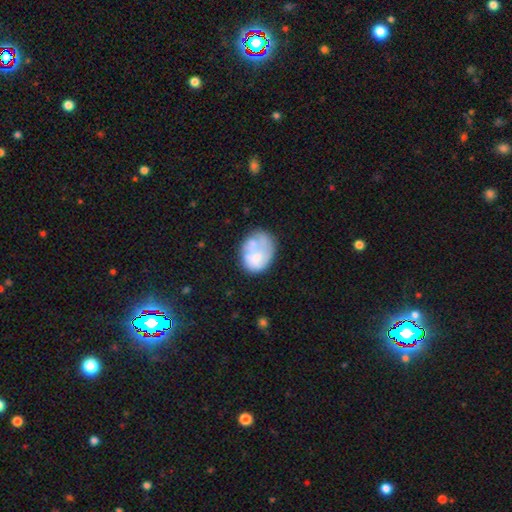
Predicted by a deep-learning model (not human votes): The model was most divided on "merging": none: 44%, minor disturbance: 27%, major disturbance: 17%, merger: 12%. More confident: how rounded — in between (60%); smooth or featured — smooth (55%).